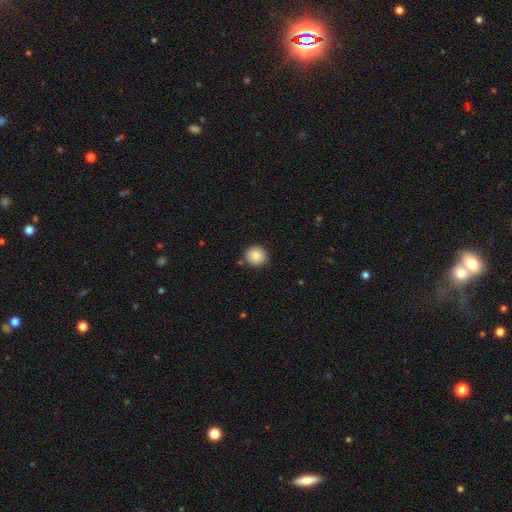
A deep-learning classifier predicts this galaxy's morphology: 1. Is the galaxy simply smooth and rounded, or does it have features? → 88% smooth, 8% star or artifact, 4% featured or disk.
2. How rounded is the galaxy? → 85% round, 14% in between, 1% cigar-shaped.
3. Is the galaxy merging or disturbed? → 85% none, 10% minor disturbance, 2% merger, 2% major disturbance.